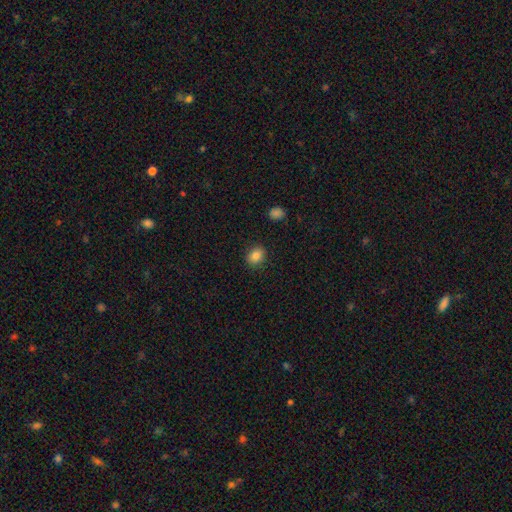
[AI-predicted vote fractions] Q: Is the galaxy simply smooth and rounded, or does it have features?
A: smooth — 84%.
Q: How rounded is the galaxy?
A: in between — 50%.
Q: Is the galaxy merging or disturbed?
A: none — 89%.